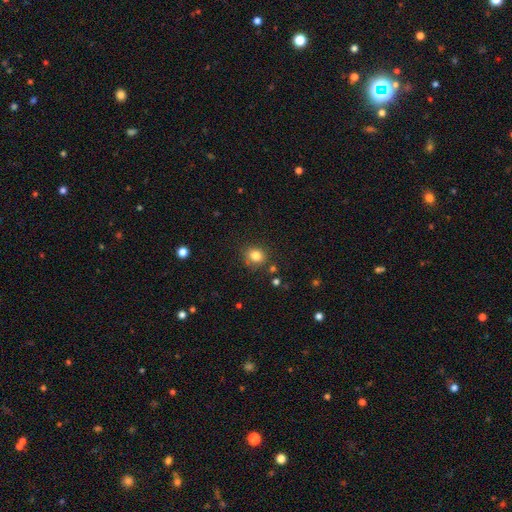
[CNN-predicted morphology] type=smooth (82%); roundness=round (78%); merging=none (81%).